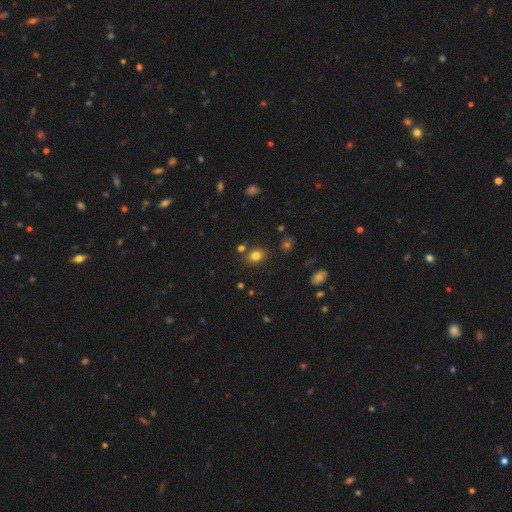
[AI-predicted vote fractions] Morphology: type=smooth (80%); roundness=in between (58%); merging=none (80%).